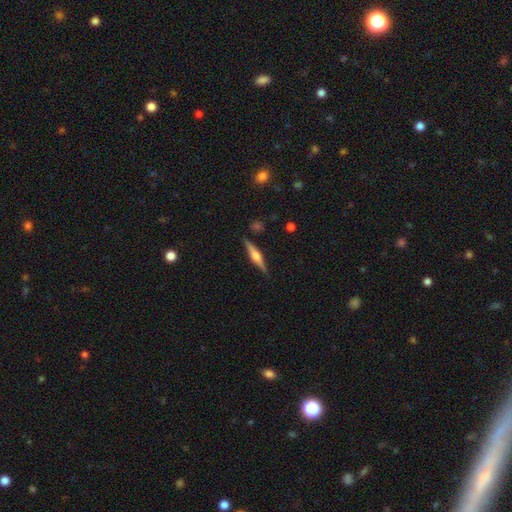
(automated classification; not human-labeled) A featured or disk galaxy (74%) viewed edge-on (98%) with a rounded central bulge (87%).

Vote fractions:
- Smooth or featured? featured or disk: 74% / smooth: 20% / star or artifact: 6%
- Edge-on disk? yes: 98% / no: 2%
- Edge-on bulge? rounded: 87% / boxy: 10% / none: 3%
- Merging? none: 89% / minor disturbance: 8% / major disturbance: 2% / merger: 2%